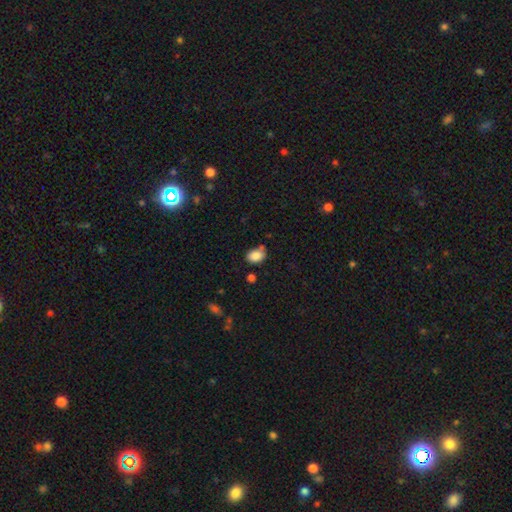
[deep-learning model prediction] This is clearly a smooth galaxy (85%). How rounded: likely in between (78%). Merging: likely none (63%).